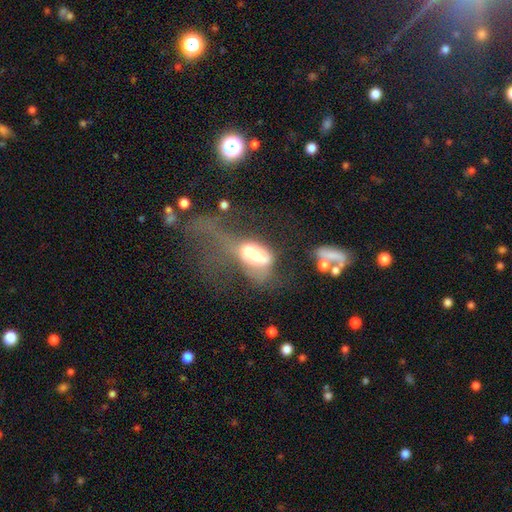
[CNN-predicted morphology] This is possibly a smooth galaxy (49%). Merging: possibly merger (50%).